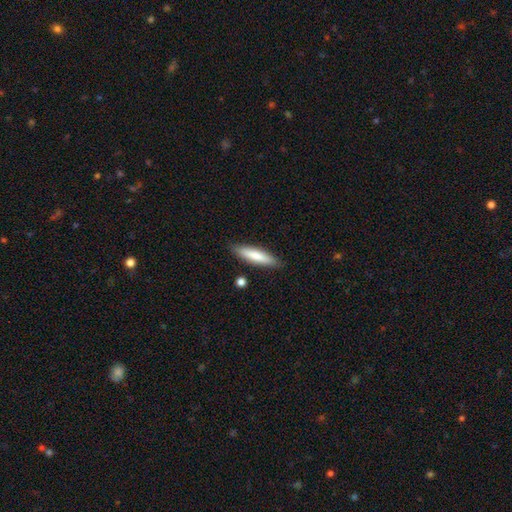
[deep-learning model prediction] Q: Smooth or featured?
A: smooth (74%); runner-up: featured or disk (20%)
Q: How rounded?
A: cigar-shaped (79%); runner-up: in between (20%)
Q: Merging?
A: none (87%); runner-up: minor disturbance (10%)